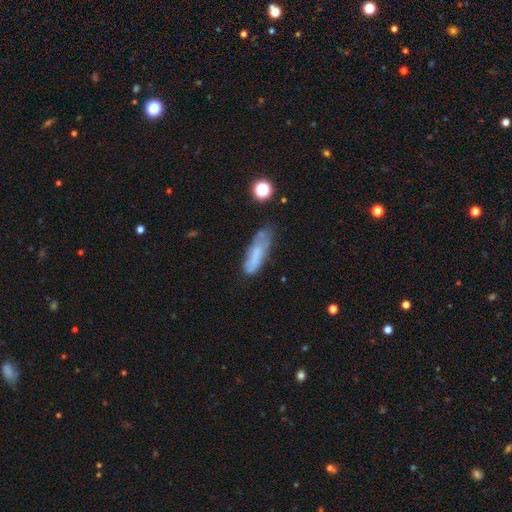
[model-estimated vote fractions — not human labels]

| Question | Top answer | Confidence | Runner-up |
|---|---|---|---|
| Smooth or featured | smooth | 61% | featured or disk (29%) |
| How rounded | cigar-shaped | 53% | in between (45%) |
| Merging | none | 53% | minor disturbance (29%) |